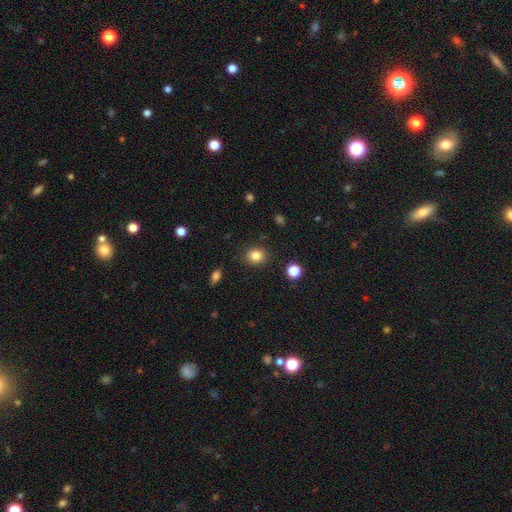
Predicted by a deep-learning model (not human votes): Morphology: type=smooth (83%); roundness=round (74%); merging=none (88%).